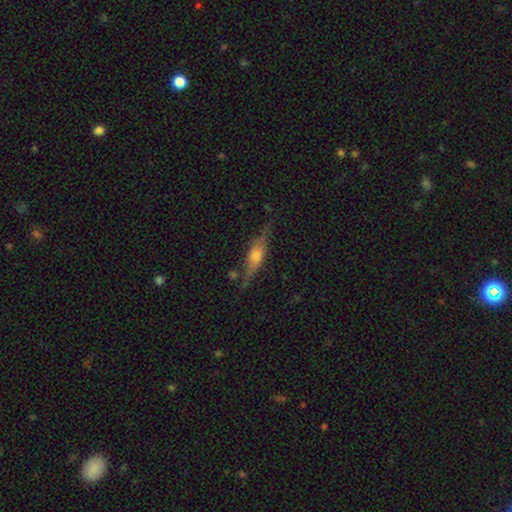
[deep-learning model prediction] Smooth or featured? featured or disk (68%)
Edge-on disk? yes (94%)
Edge-on bulge? rounded (80%)
Merging? none (76%)